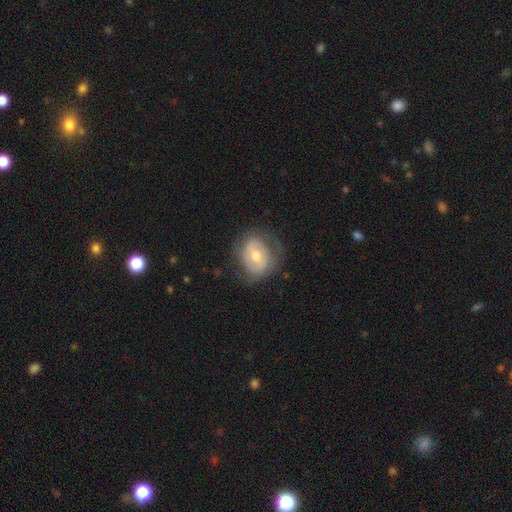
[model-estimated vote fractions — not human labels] Morphology: type=featured or disk (60%); edge-on=no (96%); bar=no (45%); spiral arms=yes (60%); bulge=moderate (68%); merging=none (65%).